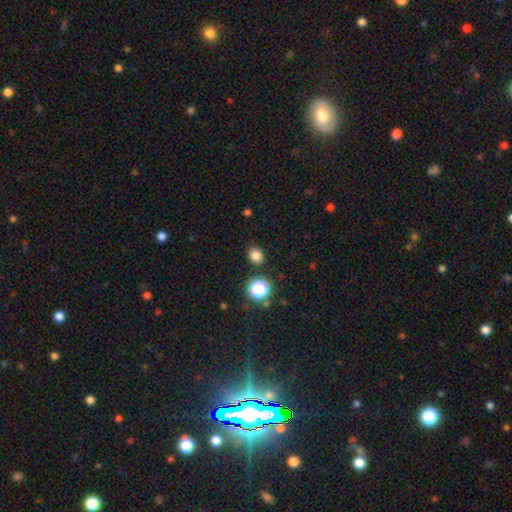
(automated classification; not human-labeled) Smooth or featured: smooth — 80% (star or artifact — 16%)
How rounded: round — 70% (in between — 29%)
Merging: none — 86% (minor disturbance — 9%)